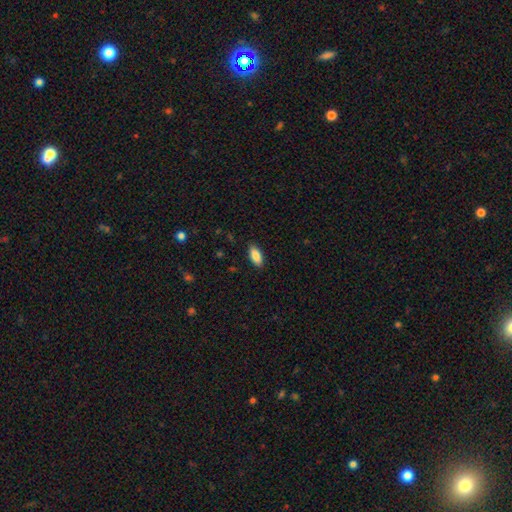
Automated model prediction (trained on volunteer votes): Morphology: type=smooth (87%); roundness=in between (86%); merging=none (88%).